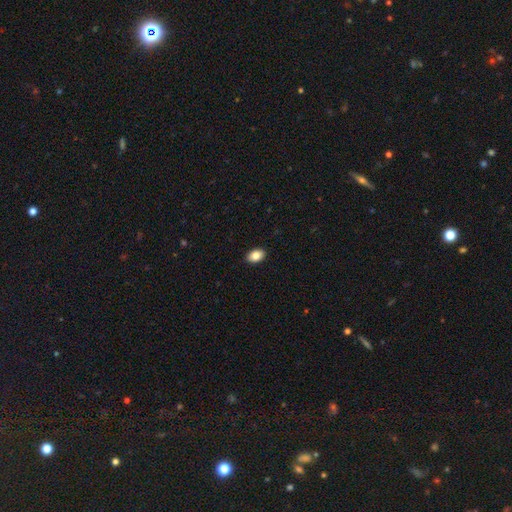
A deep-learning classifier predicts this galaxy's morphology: Smooth or featured? smooth (86%)
How rounded? in between (86%)
Merging? none (90%)